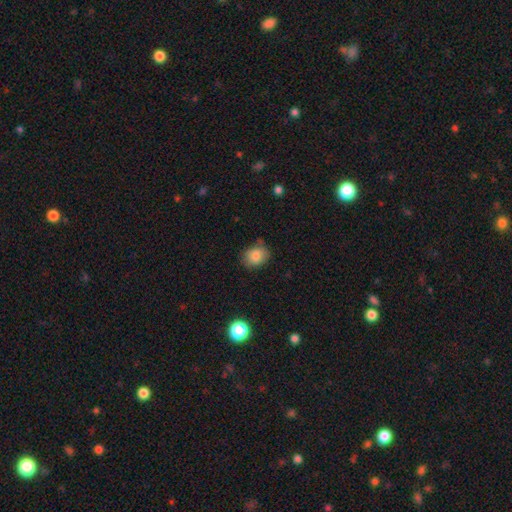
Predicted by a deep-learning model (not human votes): Smooth or featured? Predicted: smooth (p=0.84). How rounded? Predicted: round (p=0.52). Merging? Predicted: none (p=0.75).